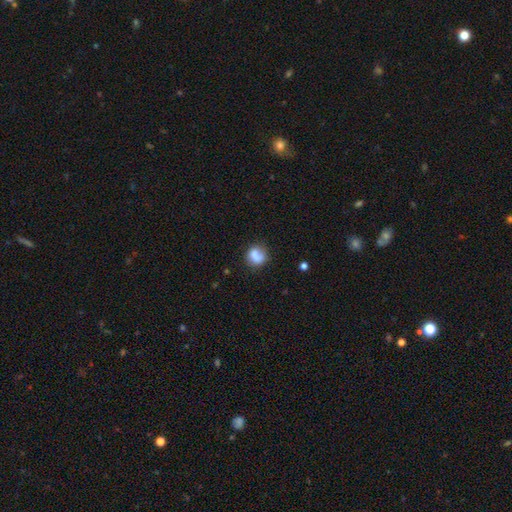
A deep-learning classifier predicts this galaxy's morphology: Smooth or featured: smooth — 74% (featured or disk — 17%)
How rounded: round — 74% (in between — 25%)
Merging: none — 47% (merger — 24%)